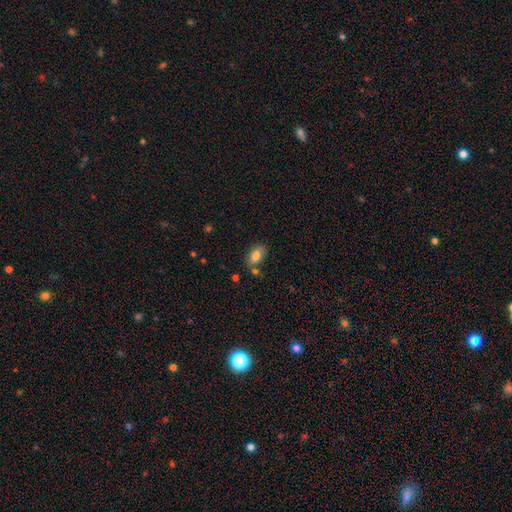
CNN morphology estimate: This is clearly a smooth galaxy (80%). How rounded: clearly in between (90%). Merging: likely none (66%).